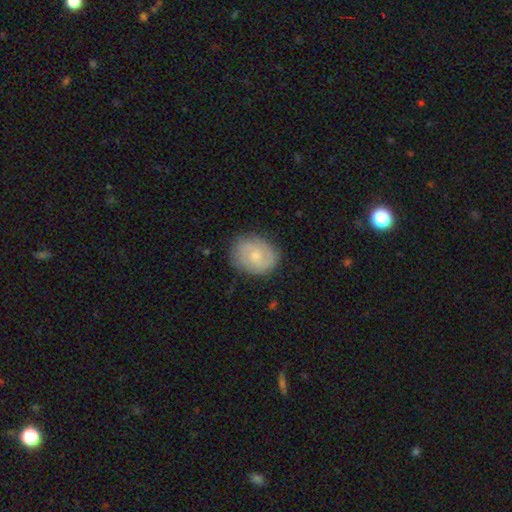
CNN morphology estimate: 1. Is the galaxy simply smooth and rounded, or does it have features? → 50% smooth, 43% featured or disk, 7% star or artifact.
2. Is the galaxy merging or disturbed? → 79% none, 16% minor disturbance, 4% major disturbance, 1% merger.